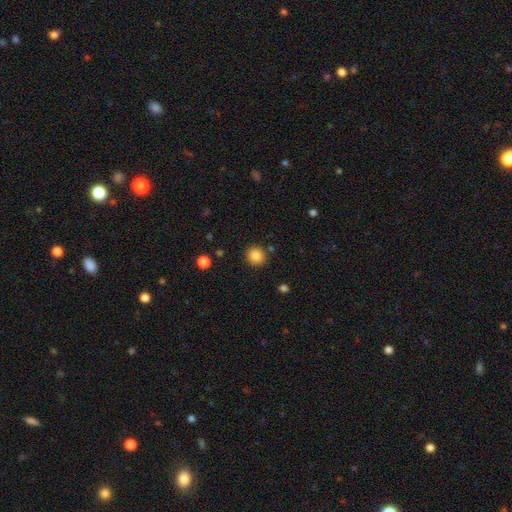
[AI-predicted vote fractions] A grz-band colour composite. It shows a smooth galaxy with no disk features (85%) that is round (92%). Merging: none (89%).